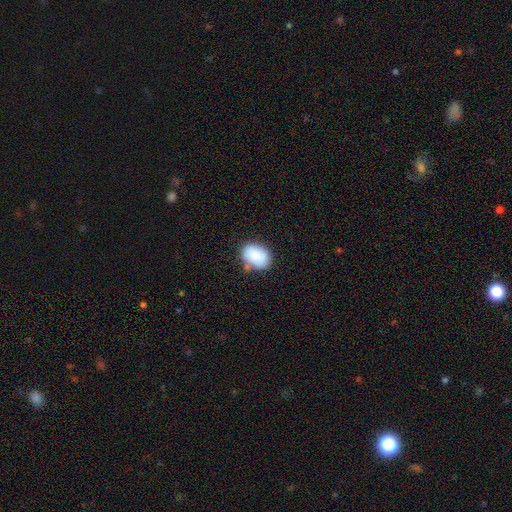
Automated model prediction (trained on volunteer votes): A smooth galaxy with no disk features (84%) that is in between round and cigar-shaped (78%).

Vote fractions:
- Smooth or featured? smooth: 84% / featured or disk: 8% / star or artifact: 7%
- How rounded? in between: 78% / round: 21% / cigar-shaped: 1%
- Merging? none: 66% / minor disturbance: 22% / merger: 6% / major disturbance: 5%